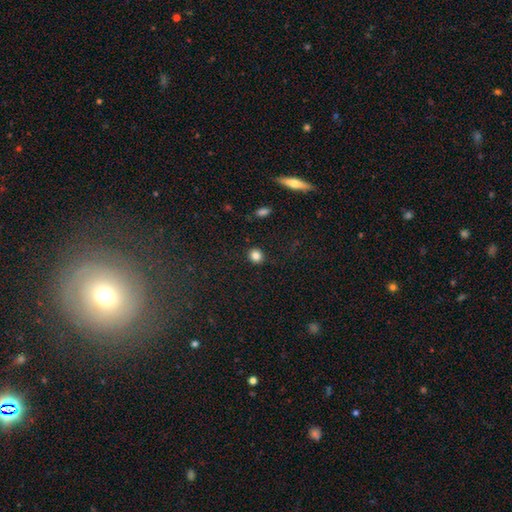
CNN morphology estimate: Smooth or featured: smooth — 83% (star or artifact — 11%)
How rounded: round — 80% (in between — 19%)
Merging: none — 89% (minor disturbance — 7%)